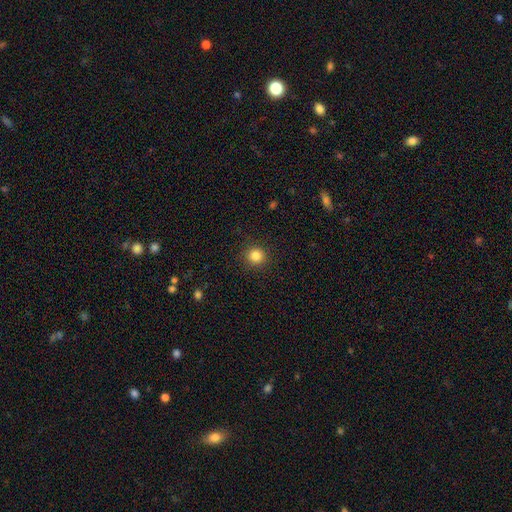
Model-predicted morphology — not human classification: Q: Smooth or featured?
A: smooth (83%); runner-up: star or artifact (12%)
Q: How rounded?
A: round (92%); runner-up: in between (7%)
Q: Merging?
A: none (91%); runner-up: minor disturbance (6%)